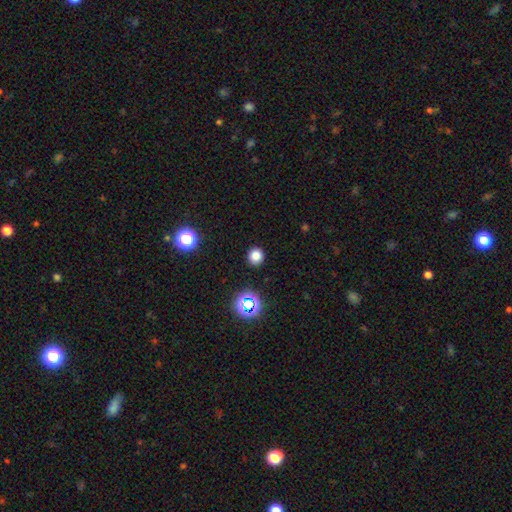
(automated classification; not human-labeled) Overall: smooth (78%). How rounded: round (91%). Merging: none (91%).